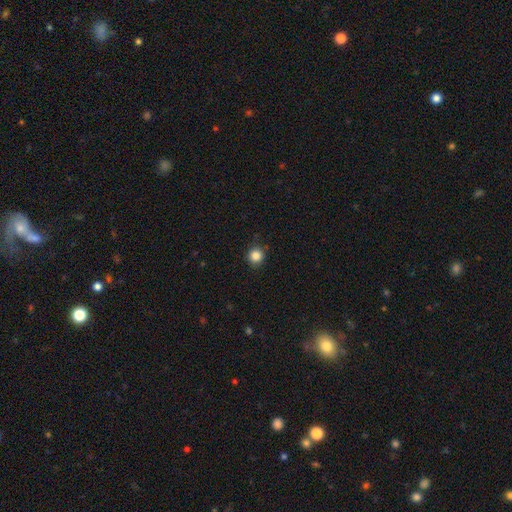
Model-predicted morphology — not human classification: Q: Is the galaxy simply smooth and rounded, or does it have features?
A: smooth — 85%.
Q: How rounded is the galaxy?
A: round — 92%.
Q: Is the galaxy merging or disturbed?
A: none — 88%.